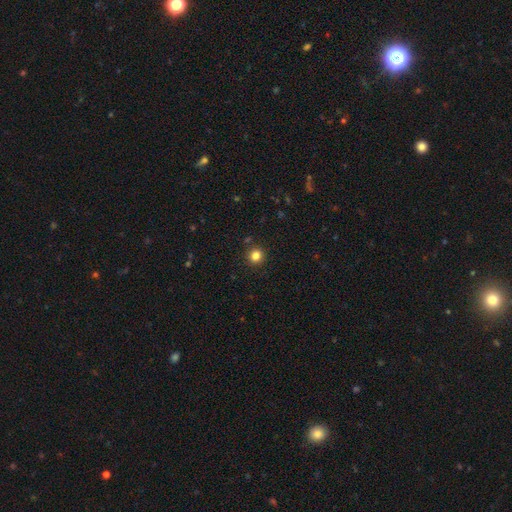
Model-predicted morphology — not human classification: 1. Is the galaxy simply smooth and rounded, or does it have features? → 83% smooth, 13% star or artifact, 5% featured or disk.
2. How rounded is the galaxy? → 93% round, 6% in between, 1% cigar-shaped.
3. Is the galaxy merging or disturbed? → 91% none, 5% minor disturbance, 2% merger, 2% major disturbance.